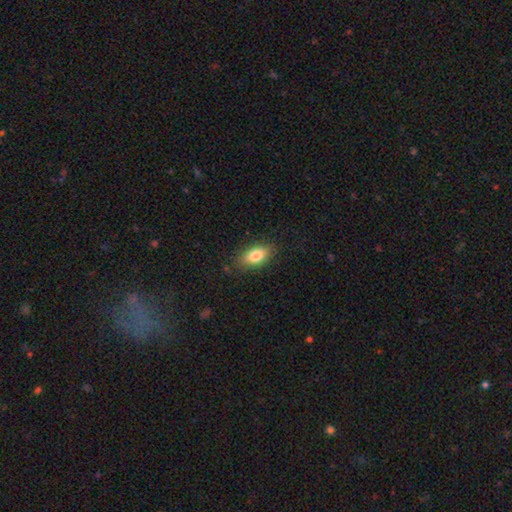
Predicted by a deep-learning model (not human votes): A smooth galaxy with no disk features (82%) that is in between round and cigar-shaped (89%). Merging: none (84%).